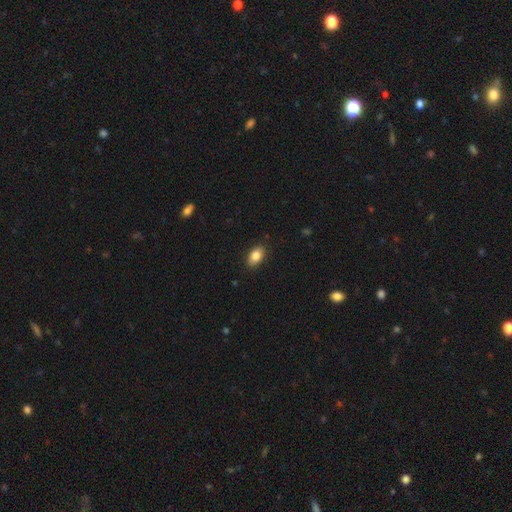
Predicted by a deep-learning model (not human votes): The model was most divided on "smooth or featured": smooth: 84%, featured or disk: 9%, star or artifact: 7%. More confident: how rounded — in between (90%); merging — none (88%).